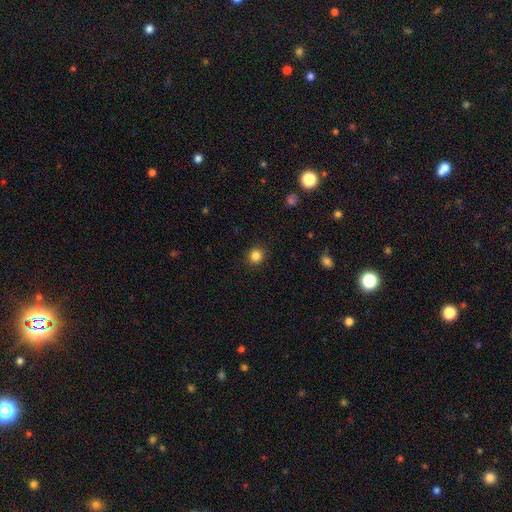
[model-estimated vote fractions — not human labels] This appears to be a smooth galaxy with no disk features (84%) that is round (90%). Merging: none (91%).